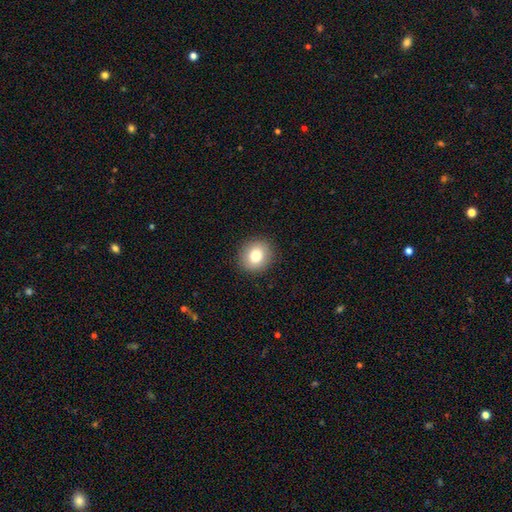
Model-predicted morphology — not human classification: This appears to be a smooth galaxy with no disk features (79%) that is round (82%). Merging: none (90%).